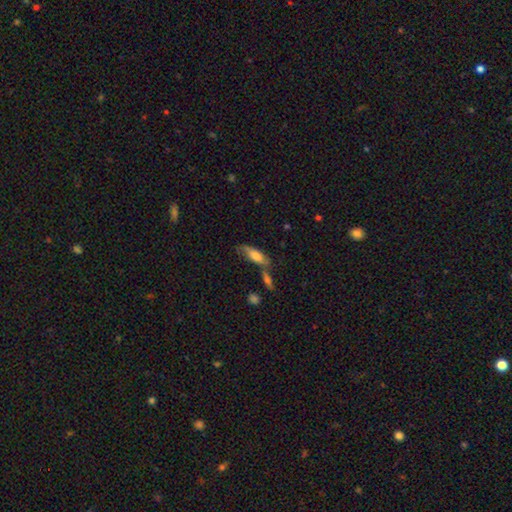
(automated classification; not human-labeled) A smooth galaxy with no disk features (62%) that is in between round and cigar-shaped (68%).

Vote fractions:
- Smooth or featured? smooth: 62% / featured or disk: 31% / star or artifact: 8%
- How rounded? in between: 68% / cigar-shaped: 29% / round: 3%
- Merging? none: 49% / minor disturbance: 21% / merger: 20% / major disturbance: 9%